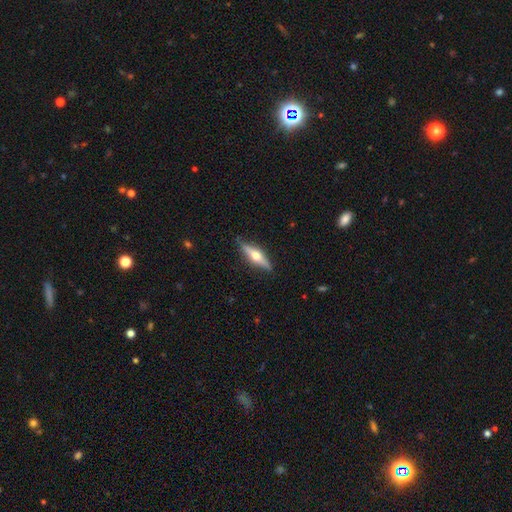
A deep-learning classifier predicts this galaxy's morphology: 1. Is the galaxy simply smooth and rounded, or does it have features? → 65% featured or disk, 29% smooth, 5% star or artifact.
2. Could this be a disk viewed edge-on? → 95% yes, 5% no.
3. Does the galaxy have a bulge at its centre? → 95% rounded, 3% boxy, 2% none.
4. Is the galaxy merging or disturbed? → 86% none, 11% minor disturbance, 2% major disturbance, 1% merger.